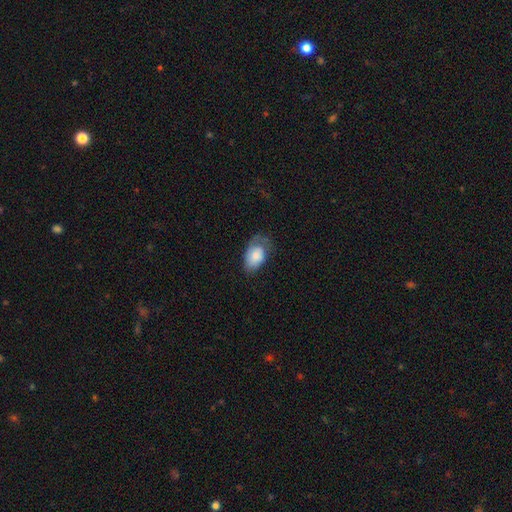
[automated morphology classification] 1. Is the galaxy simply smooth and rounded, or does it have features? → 67% smooth, 27% featured or disk, 7% star or artifact.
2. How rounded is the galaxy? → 90% in between, 9% round, 1% cigar-shaped.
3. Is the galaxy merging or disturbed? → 40% none, 33% minor disturbance, 25% major disturbance, 2% merger.